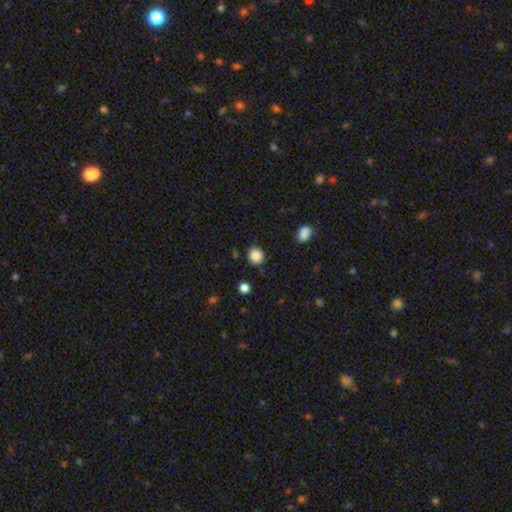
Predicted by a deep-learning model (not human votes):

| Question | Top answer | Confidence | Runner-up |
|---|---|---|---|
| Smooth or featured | smooth | 87% | star or artifact (10%) |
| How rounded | round | 89% | in between (10%) |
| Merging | none | 85% | minor disturbance (10%) |